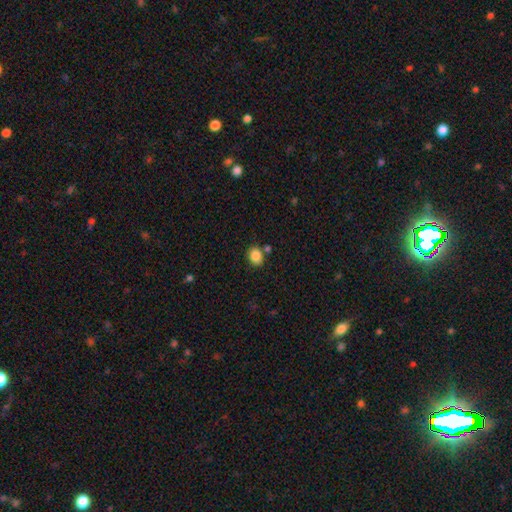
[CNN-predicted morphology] This appears to be a smooth galaxy with no disk features (86%) that is in between round and cigar-shaped (53%). Merging: none (74%).